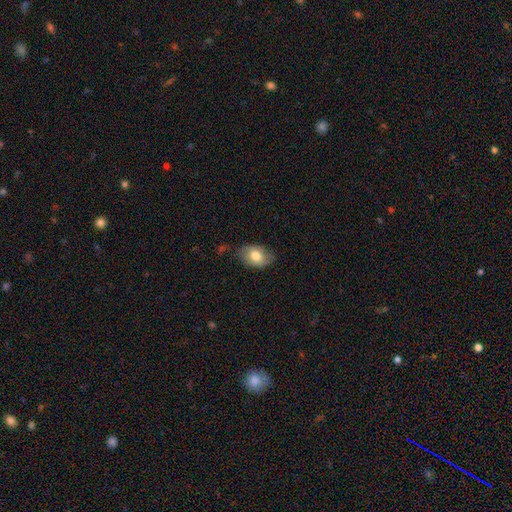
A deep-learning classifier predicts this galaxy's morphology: This is likely a smooth galaxy (75%). How rounded: clearly in between (86%). Merging: likely none (70%).